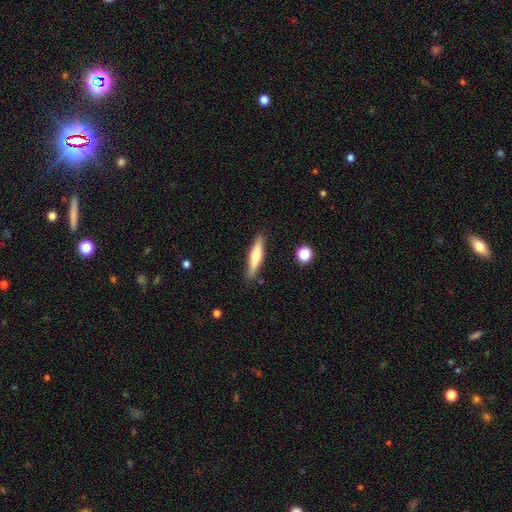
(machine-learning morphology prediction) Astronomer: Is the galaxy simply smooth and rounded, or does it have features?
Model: smooth — 52% (runner-up: featured or disk, 42%).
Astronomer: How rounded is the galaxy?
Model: cigar-shaped — 85%.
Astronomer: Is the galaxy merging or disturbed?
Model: none — 87%.